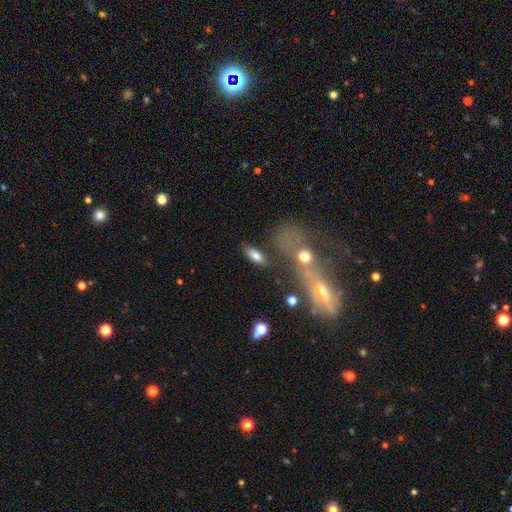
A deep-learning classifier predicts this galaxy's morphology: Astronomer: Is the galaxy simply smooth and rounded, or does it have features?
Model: smooth — 76%.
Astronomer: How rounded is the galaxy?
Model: in between — 78%.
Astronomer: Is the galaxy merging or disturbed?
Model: none — 72%.